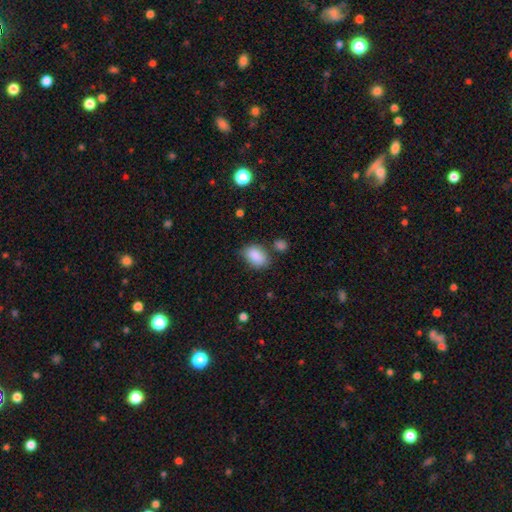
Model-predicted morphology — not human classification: Smooth or featured? smooth (87%)
How rounded? in between (85%)
Merging? none (67%)